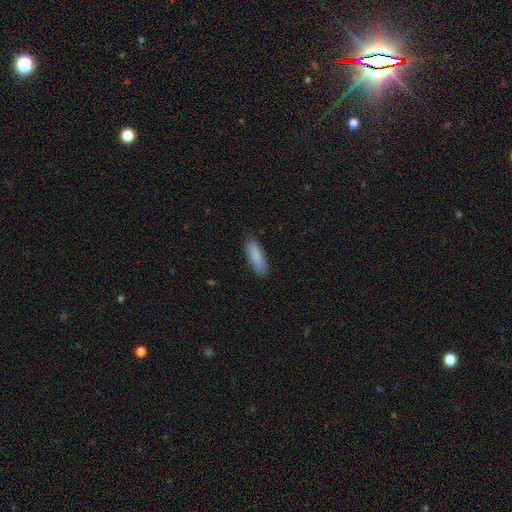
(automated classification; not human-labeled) Q: Smooth or featured?
A: smooth (88%); runner-up: featured or disk (6%)
Q: How rounded?
A: in between (51%); runner-up: cigar-shaped (48%)
Q: Merging?
A: none (85%); runner-up: minor disturbance (12%)